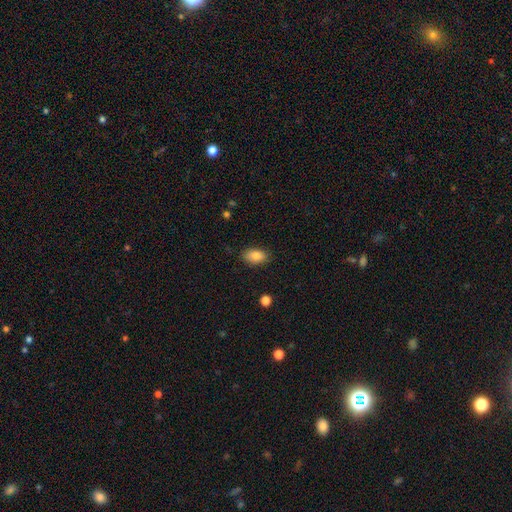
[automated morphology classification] type=smooth (86%); roundness=in between (91%); merging=none (84%).